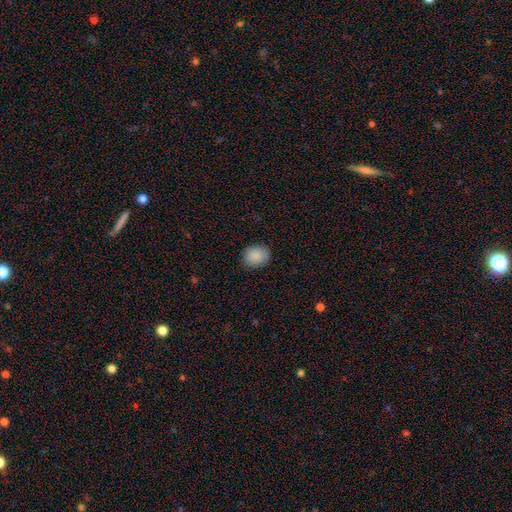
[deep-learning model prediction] smooth 89%, star or artifact 7%, featured or disk 4%. Down the decision tree: how rounded — in between (51%); merging — none (85%).